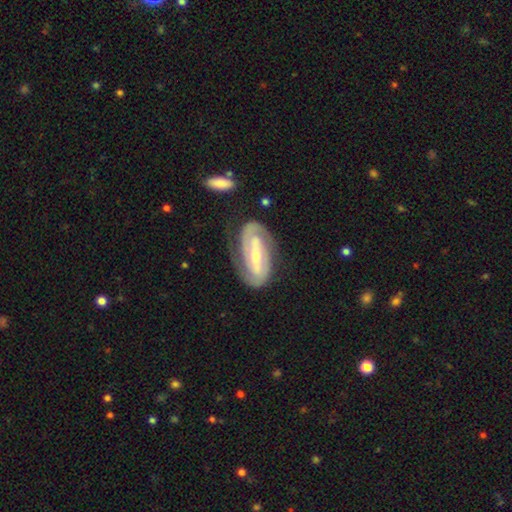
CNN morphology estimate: A featured or disk galaxy (84%) with a strong bar (54%), 2 (80%) tight (58%) spiral arms (94%) and a small central bulge (58%).

Vote fractions:
- Smooth or featured? featured or disk: 84% / smooth: 11% / star or artifact: 5%
- Edge-on disk? no: 94% / yes: 6%
- Bar? strong: 54% / weak: 30% / no: 16%
- Spiral arms? yes: 94% / no: 6%
- Spiral winding? tight: 58% / medium: 33% / loose: 9%
- Spiral arm count? 2: 80% / can't tell: 11% / 3: 4% / 1: 3% / 4: 1% / more than 4: 1%
- Bulge size? small: 58% / moderate: 36% / large: 2% / none: 2% / dominant: 1%
- Merging? none: 77% / minor disturbance: 15% / major disturbance: 6% / merger: 2%